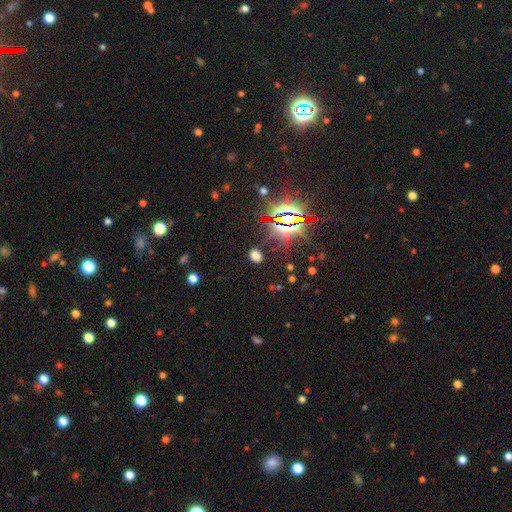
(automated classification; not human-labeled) Smooth or featured? smooth (58%)
How rounded? in between (75%)
Merging? none (83%)